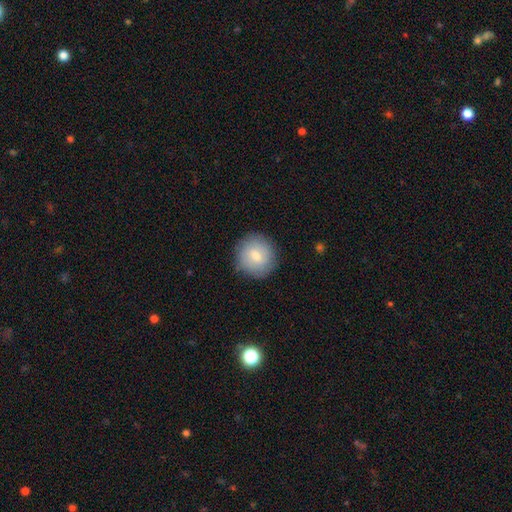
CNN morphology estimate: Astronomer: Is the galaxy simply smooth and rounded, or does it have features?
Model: smooth — 71%.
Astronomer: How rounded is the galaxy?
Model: round — 92%.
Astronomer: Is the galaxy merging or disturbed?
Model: none — 85%.